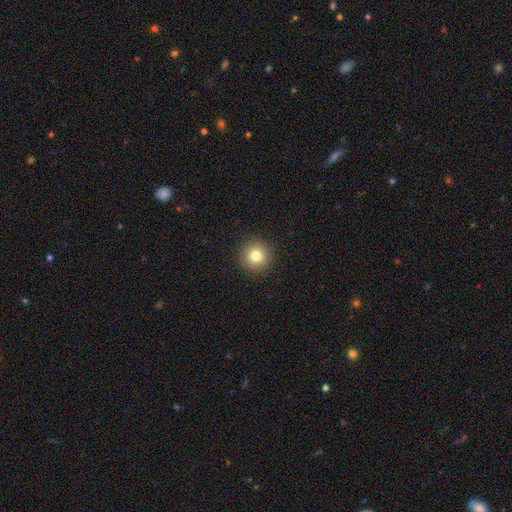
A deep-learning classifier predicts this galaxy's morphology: Smooth or featured? smooth (80%)
How rounded? round (95%)
Merging? none (92%)